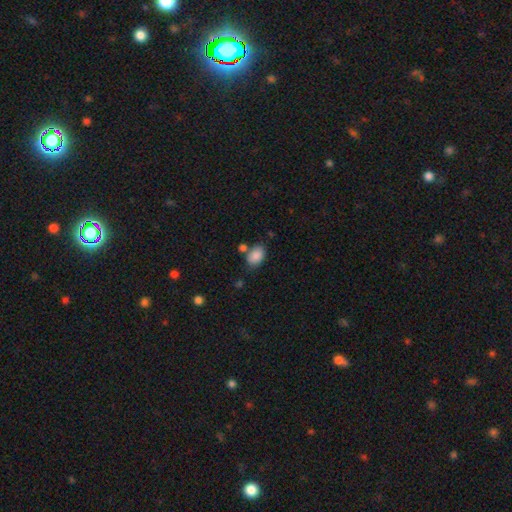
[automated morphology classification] smooth-or-featured: smooth: 86% | star or artifact: 8% | featured or disk: 6%
  how-rounded: in between: 84% | round: 15% | cigar-shaped: 1%
  merging: none: 67% | minor disturbance: 16% | merger: 12% | major disturbance: 4%